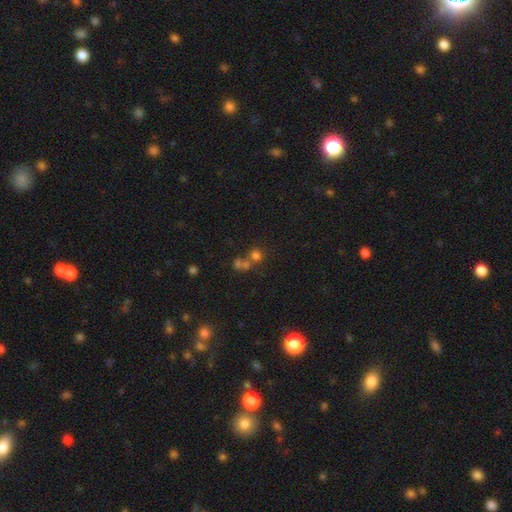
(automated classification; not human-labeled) Smooth or featured?
  - smooth: 68% *
  - star or artifact: 21%
  - featured or disk: 12%
How rounded?
  - round: 87% *
  - in between: 12%
  - cigar-shaped: 1%
Merging?
  - none: 48% *
  - merger: 41%
  - minor disturbance: 7%
  - major disturbance: 4%